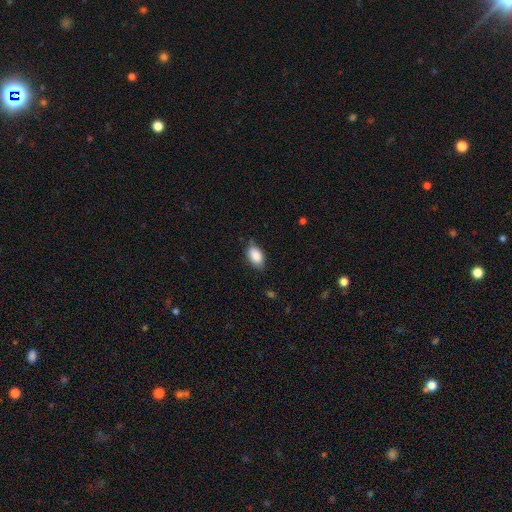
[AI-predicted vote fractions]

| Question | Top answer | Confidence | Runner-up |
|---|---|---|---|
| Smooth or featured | smooth | 87% | star or artifact (7%) |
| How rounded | in between | 91% | round (6%) |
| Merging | none | 72% | minor disturbance (23%) |